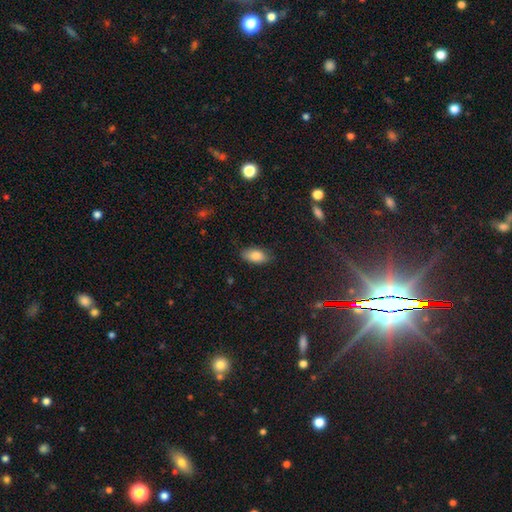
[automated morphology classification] Q: Smooth or featured?
A: smooth (84%); runner-up: featured or disk (8%)
Q: How rounded?
A: in between (91%); runner-up: cigar-shaped (5%)
Q: Merging?
A: none (81%); runner-up: minor disturbance (15%)